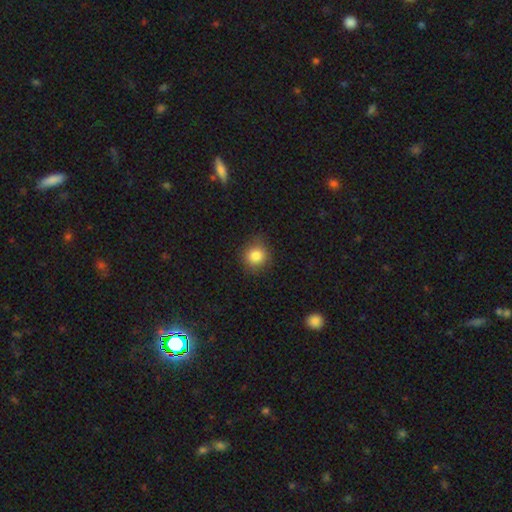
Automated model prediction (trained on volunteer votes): Morphology: type=smooth (84%); roundness=round (88%); merging=none (84%).